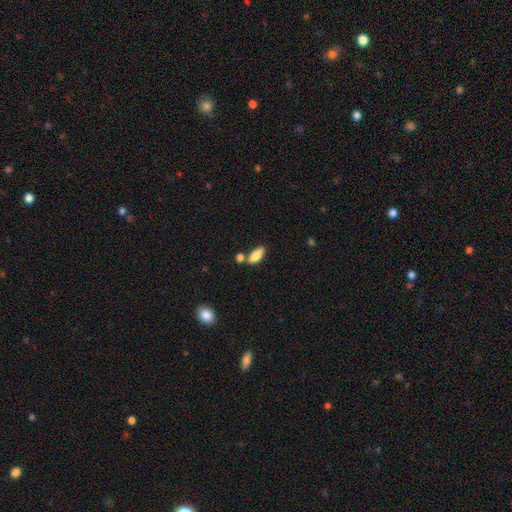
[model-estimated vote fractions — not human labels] This appears to be a smooth galaxy with no disk features (83%) that is in between round and cigar-shaped (80%). Merging: none (63%).